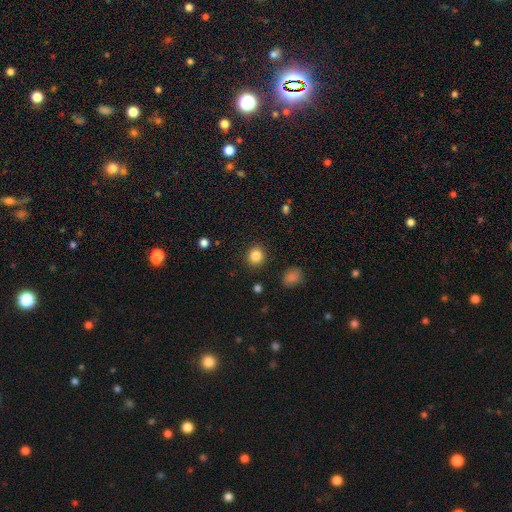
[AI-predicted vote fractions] Smooth or featured?
  - smooth: 85% *
  - star or artifact: 11%
  - featured or disk: 4%
How rounded?
  - round: 85% *
  - in between: 14%
  - cigar-shaped: 1%
Merging?
  - none: 89% *
  - minor disturbance: 7%
  - major disturbance: 3%
  - merger: 2%